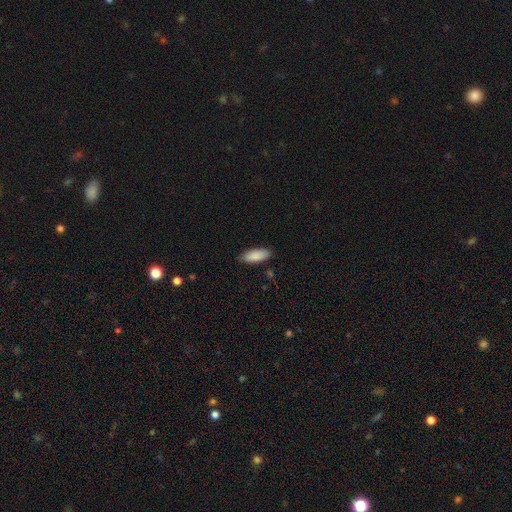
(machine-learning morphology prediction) Overall: smooth (89%). How rounded: in between (72%). Merging: none (87%).